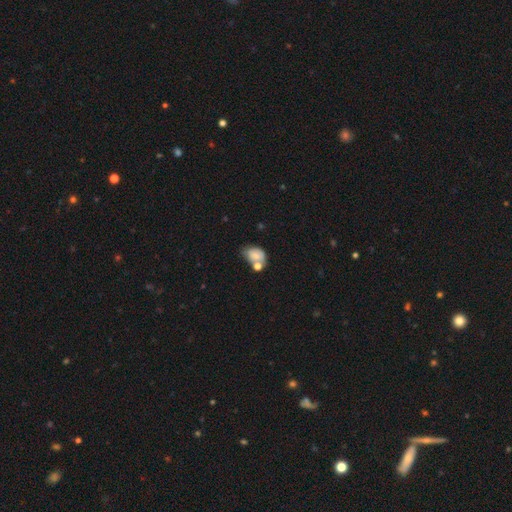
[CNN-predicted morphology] Smooth or featured?
  - smooth: 71% *
  - featured or disk: 19%
  - star or artifact: 10%
How rounded?
  - in between: 77% *
  - round: 22%
  - cigar-shaped: 1%
Merging?
  - merger: 35% *
  - none: 32%
  - minor disturbance: 23%
  - major disturbance: 10%